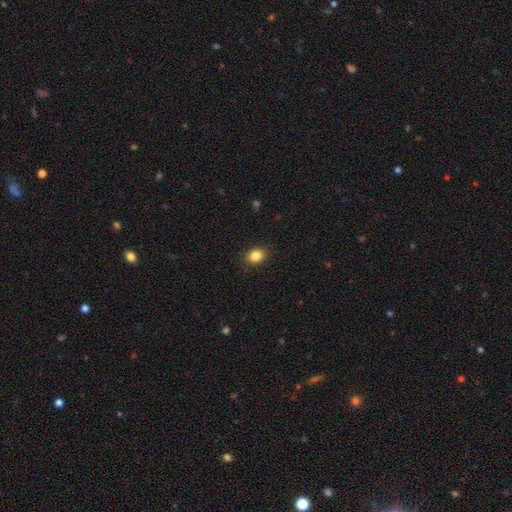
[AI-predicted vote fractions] The model was most divided on "how rounded": in between: 55%, round: 44%, cigar-shaped: 1%. More confident: merging — none (88%); smooth or featured — smooth (85%).